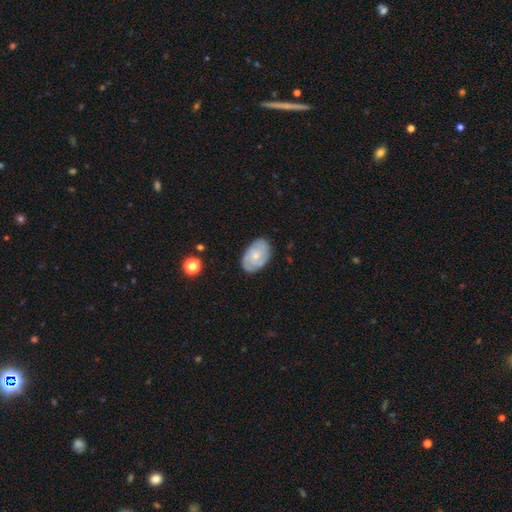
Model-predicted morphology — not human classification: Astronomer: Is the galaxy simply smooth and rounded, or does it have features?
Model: featured or disk — 64%.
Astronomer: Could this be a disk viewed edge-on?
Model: no — 96%.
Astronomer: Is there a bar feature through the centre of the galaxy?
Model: no — 78%.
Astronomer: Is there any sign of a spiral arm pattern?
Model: yes — 86%.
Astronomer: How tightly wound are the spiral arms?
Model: tight — 65%.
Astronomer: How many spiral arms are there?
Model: can't tell — 38% (runner-up: 2, 31%).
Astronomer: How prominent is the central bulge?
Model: small — 64%.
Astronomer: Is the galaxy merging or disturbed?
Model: none — 79%.